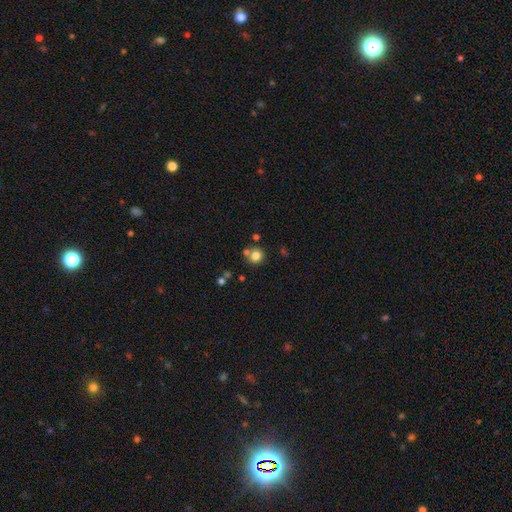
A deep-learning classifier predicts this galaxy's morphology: smooth 80%, star or artifact 13%, featured or disk 8%. Down the decision tree: how rounded — round (88%); merging — none (68%).